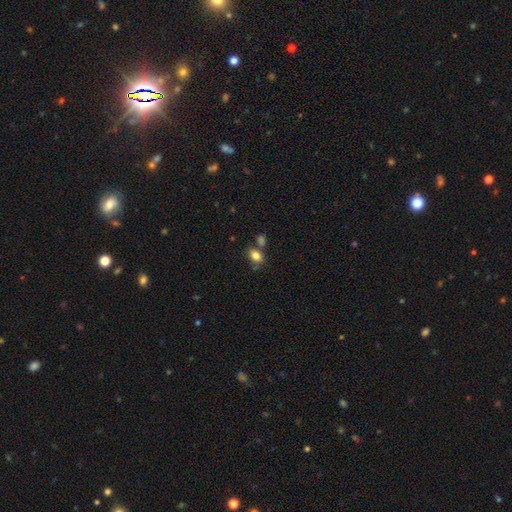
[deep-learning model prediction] smooth_or_featured: smooth (p=0.83) [alt: star or artifact p=0.10]
how_rounded: in between (p=0.82) [alt: round p=0.16]
merging: none (p=0.64) [alt: merger p=0.18]